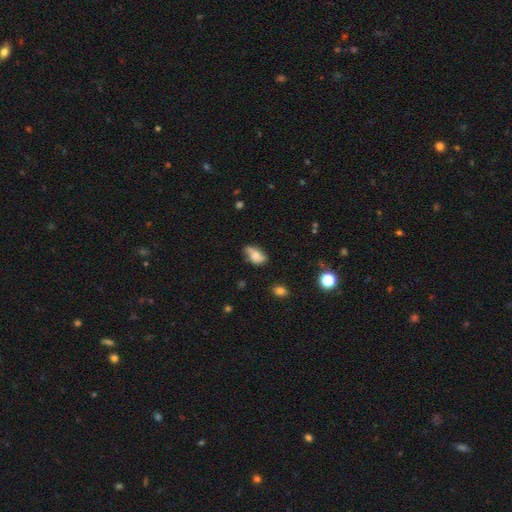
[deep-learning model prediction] Smooth or featured?
  - smooth: 64% *
  - featured or disk: 25%
  - star or artifact: 10%
How rounded?
  - in between: 87% *
  - round: 8%
  - cigar-shaped: 4%
Merging?
  - none: 47% *
  - minor disturbance: 34%
  - major disturbance: 11%
  - merger: 7%